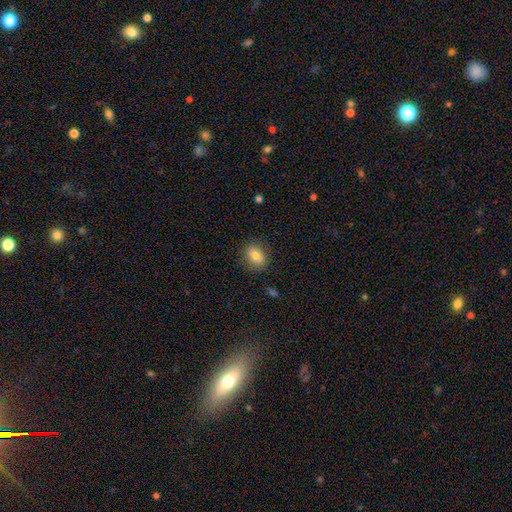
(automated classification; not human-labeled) The model was most divided on "how rounded": in between: 69%, round: 28%, cigar-shaped: 2%. More confident: merging — none (85%); smooth or featured — smooth (80%).